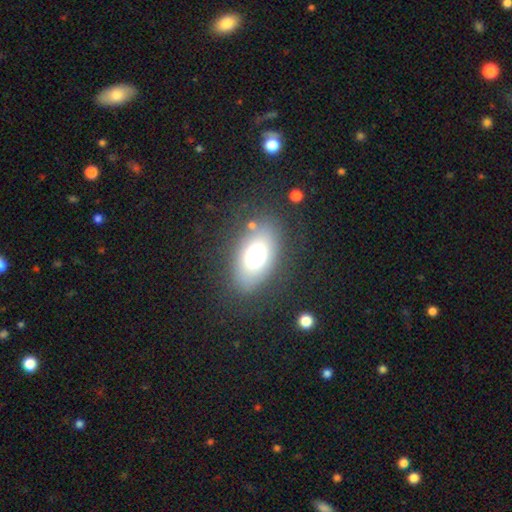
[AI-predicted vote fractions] Smooth or featured: smooth — 72% (featured or disk — 16%)
How rounded: in between — 87% (round — 10%)
Merging: none — 78% (minor disturbance — 13%)